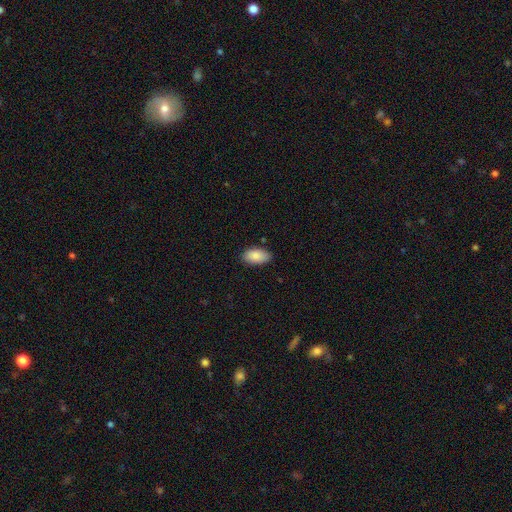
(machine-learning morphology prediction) This appears to be a smooth galaxy with no disk features (88%) that is in between round and cigar-shaped (94%). Merging: none (83%).